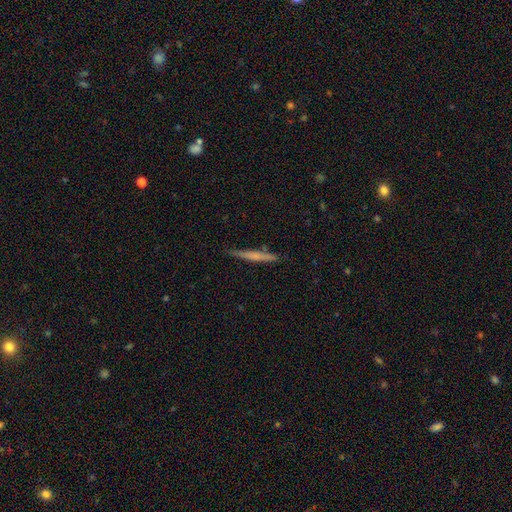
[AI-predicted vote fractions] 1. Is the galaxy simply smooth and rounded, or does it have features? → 53% smooth, 41% featured or disk, 6% star or artifact.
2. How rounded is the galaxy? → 96% cigar-shaped, 3% in between, 1% round.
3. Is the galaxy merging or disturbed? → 87% none, 10% minor disturbance, 2% major disturbance, 2% merger.